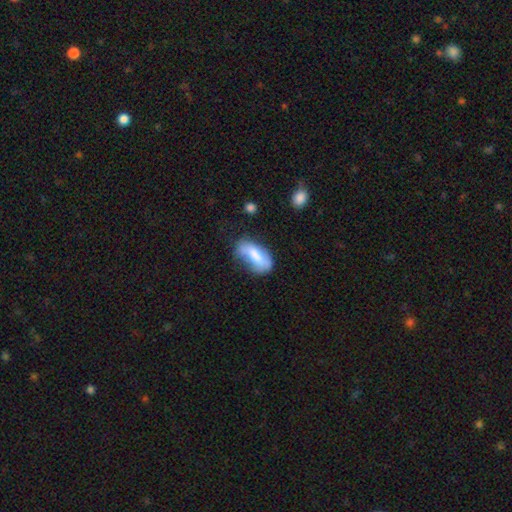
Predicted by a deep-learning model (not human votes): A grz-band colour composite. It shows a smooth galaxy with no disk features (66%) that is in between round and cigar-shaped (86%). Merging: none (46%).